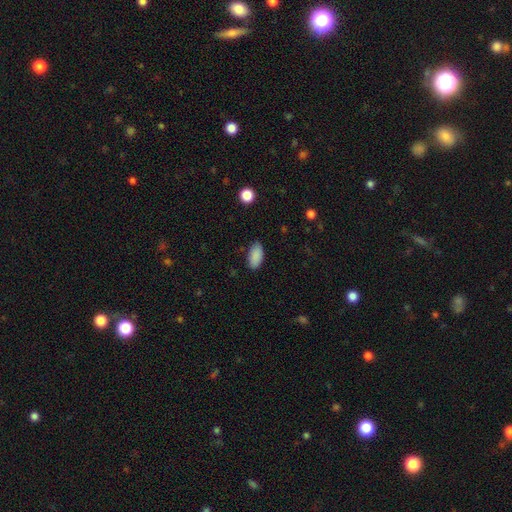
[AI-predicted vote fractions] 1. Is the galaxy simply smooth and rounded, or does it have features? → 89% smooth, 8% star or artifact, 4% featured or disk.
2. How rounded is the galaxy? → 93% in between, 4% cigar-shaped, 3% round.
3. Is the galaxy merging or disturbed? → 81% none, 14% minor disturbance, 3% major disturbance, 1% merger.